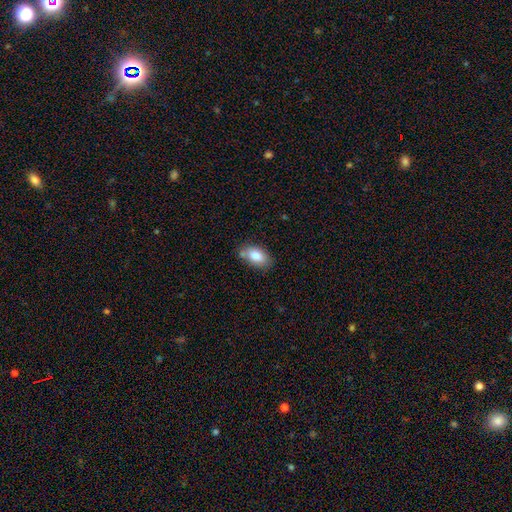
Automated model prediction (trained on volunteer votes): Morphology: type=smooth (82%); roundness=in between (92%); merging=none (68%).